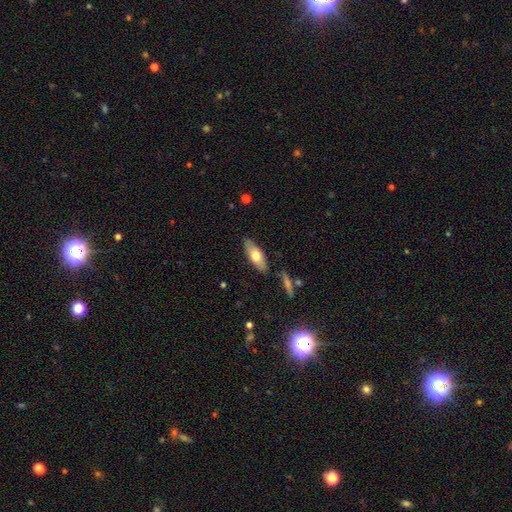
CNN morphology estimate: Smooth or featured: smooth — 67% (featured or disk — 27%)
How rounded: in between — 72% (cigar-shaped — 26%)
Merging: none — 84% (minor disturbance — 11%)